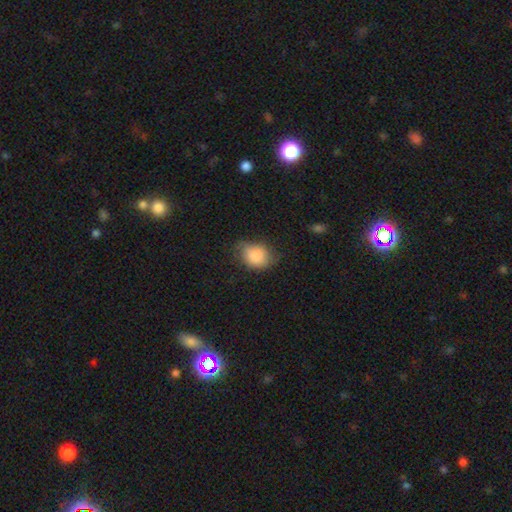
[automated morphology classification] A smooth galaxy with no disk features (85%) that is in between round and cigar-shaped (56%). Merging: none (56%).